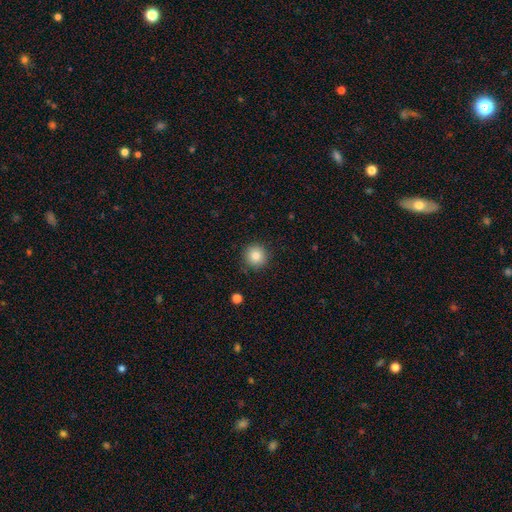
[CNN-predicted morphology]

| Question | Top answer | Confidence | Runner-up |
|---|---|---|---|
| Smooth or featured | smooth | 83% | star or artifact (10%) |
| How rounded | round | 95% | in between (4%) |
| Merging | none | 90% | minor disturbance (7%) |